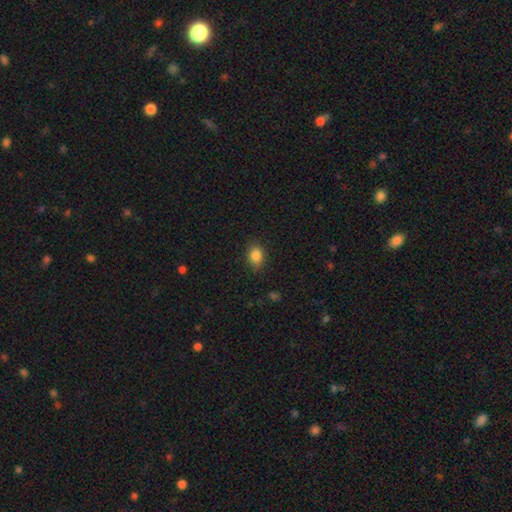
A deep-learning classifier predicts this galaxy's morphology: Overall: smooth (86%). How rounded: in between (62%; round 37%). Merging: none (82%).